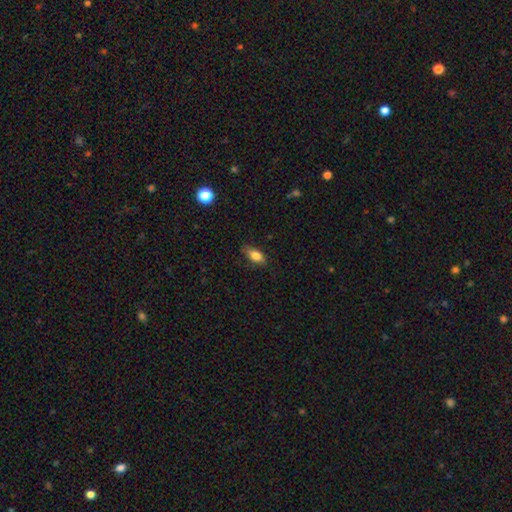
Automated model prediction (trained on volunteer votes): Smooth or featured? Predicted: smooth (p=0.80). How rounded? Predicted: in between (p=0.82). Merging? Predicted: none (p=0.79).